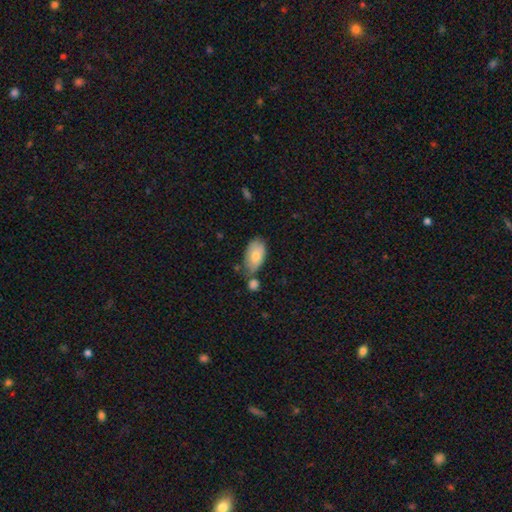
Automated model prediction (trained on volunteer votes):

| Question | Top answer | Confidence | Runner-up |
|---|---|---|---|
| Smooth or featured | smooth | 75% | featured or disk (18%) |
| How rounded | in between | 93% | round (5%) |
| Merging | none | 53% | minor disturbance (22%) |